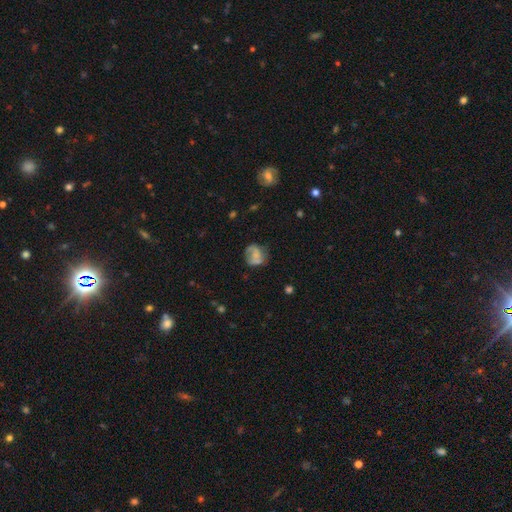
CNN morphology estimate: The model was most divided on "smooth or featured": smooth: 51%, featured or disk: 39%, star or artifact: 11%. Remaining: how rounded — round (64%); merging — none (47%).